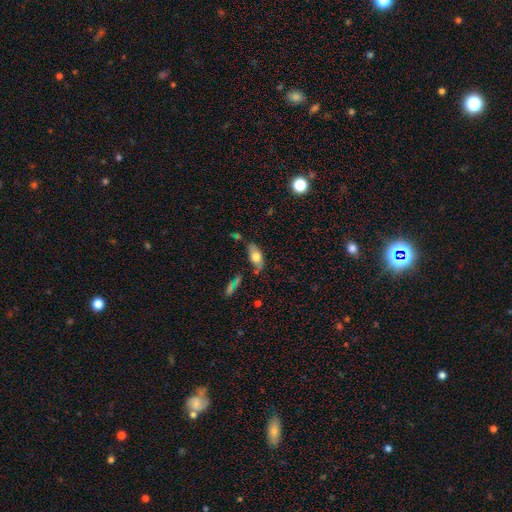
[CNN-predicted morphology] Smooth or featured: smooth — 68% (featured or disk — 25%)
How rounded: in between — 85% (cigar-shaped — 10%)
Merging: none — 60% (minor disturbance — 25%)